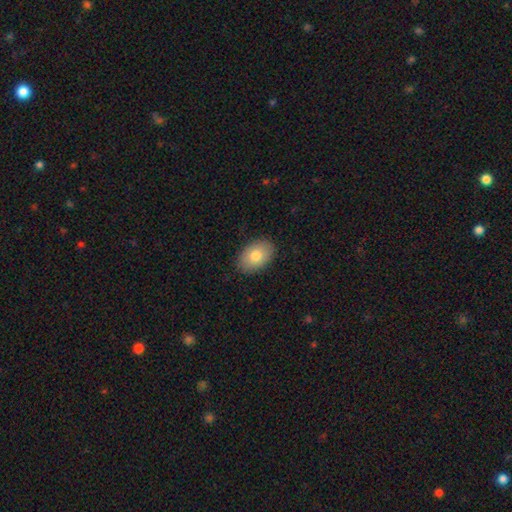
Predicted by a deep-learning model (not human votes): A smooth galaxy with no disk features (80%) that is in between round and cigar-shaped (88%). Merging: none (88%).